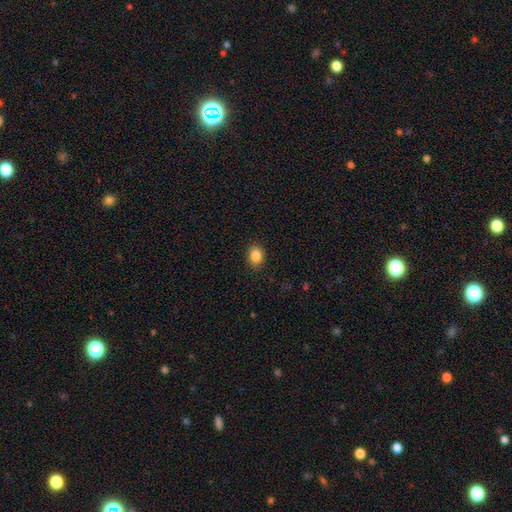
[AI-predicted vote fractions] Smooth or featured: smooth — 87% (star or artifact — 9%)
How rounded: in between — 57% (round — 42%)
Merging: none — 89% (minor disturbance — 8%)